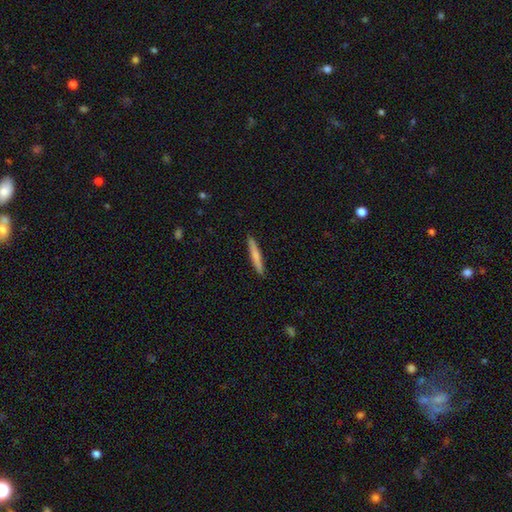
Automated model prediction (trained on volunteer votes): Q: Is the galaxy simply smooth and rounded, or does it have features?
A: smooth — 70%.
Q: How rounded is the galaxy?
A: cigar-shaped — 95%.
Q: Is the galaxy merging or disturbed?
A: none — 91%.